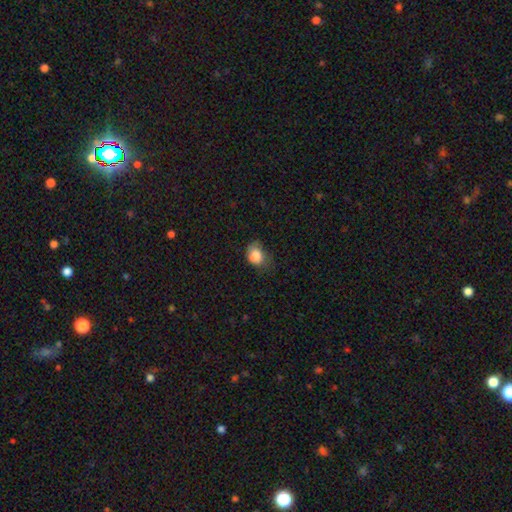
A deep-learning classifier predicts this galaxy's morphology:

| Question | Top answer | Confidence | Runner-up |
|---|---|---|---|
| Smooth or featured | smooth | 85% | star or artifact (8%) |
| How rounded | in between | 61% | round (38%) |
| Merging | none | 43% | minor disturbance (39%) |